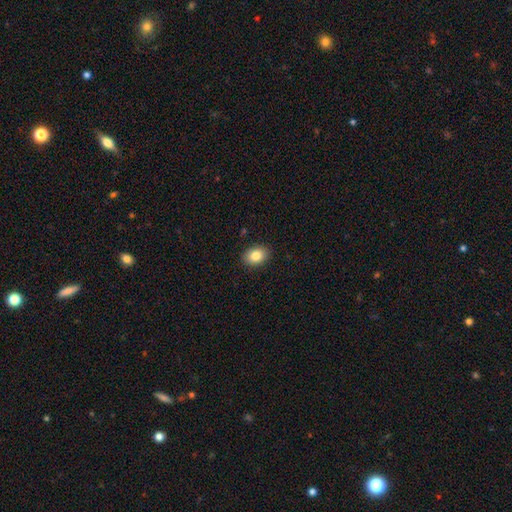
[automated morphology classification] A smooth galaxy with no disk features (84%) that is in between round and cigar-shaped (72%).

Vote fractions:
- Smooth or featured? smooth: 84% / star or artifact: 9% / featured or disk: 8%
- How rounded? in between: 72% / round: 27% / cigar-shaped: 1%
- Merging? none: 90% / minor disturbance: 7% / major disturbance: 2% / merger: 1%